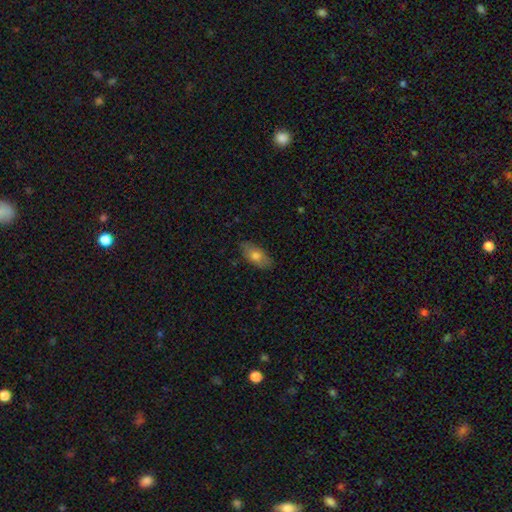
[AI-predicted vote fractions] Smooth or featured: smooth — 73% (featured or disk — 21%)
How rounded: in between — 89% (cigar-shaped — 7%)
Merging: none — 82% (minor disturbance — 14%)